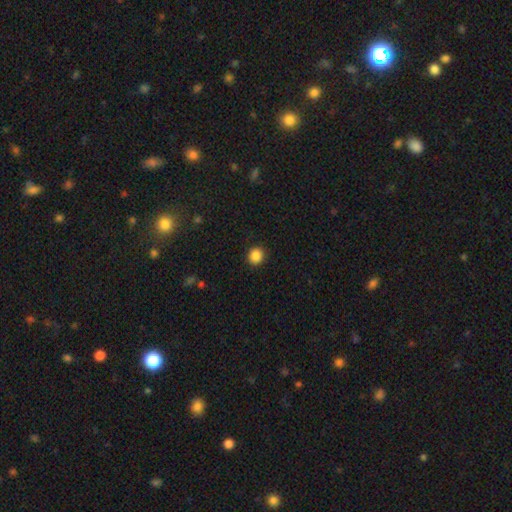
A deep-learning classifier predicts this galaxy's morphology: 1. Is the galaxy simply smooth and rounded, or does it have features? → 87% smooth, 10% star or artifact, 3% featured or disk.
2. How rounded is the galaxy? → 88% round, 11% in between, 1% cigar-shaped.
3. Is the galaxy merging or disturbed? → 92% none, 5% minor disturbance, 2% major disturbance, 1% merger.